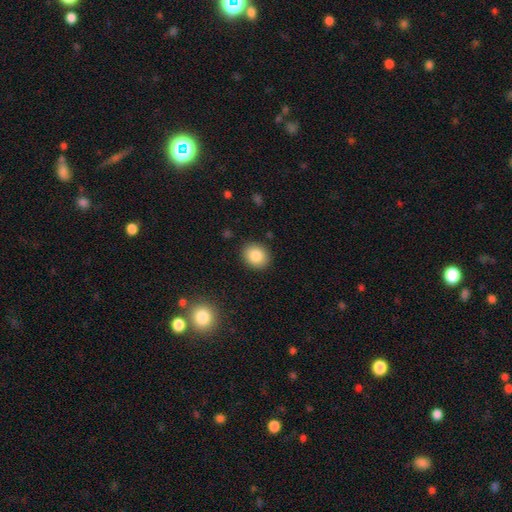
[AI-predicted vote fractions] smooth_or_featured: smooth (p=0.84) [alt: star or artifact p=0.09]
how_rounded: round (p=0.62) [alt: in between p=0.38]
merging: none (p=0.89) [alt: minor disturbance p=0.08]